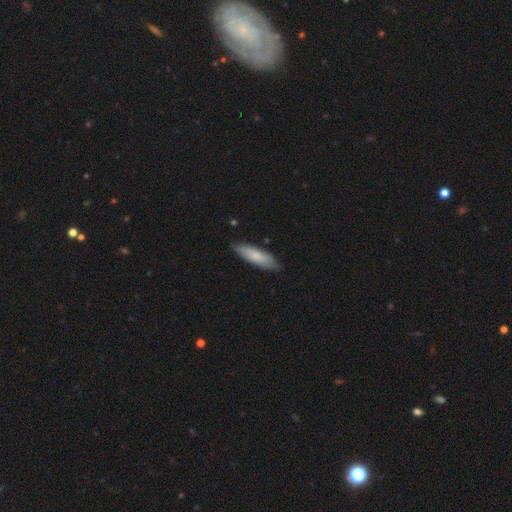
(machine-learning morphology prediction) This is likely a smooth galaxy (73%). How rounded: possibly cigar-shaped (59%). Merging: clearly none (82%).